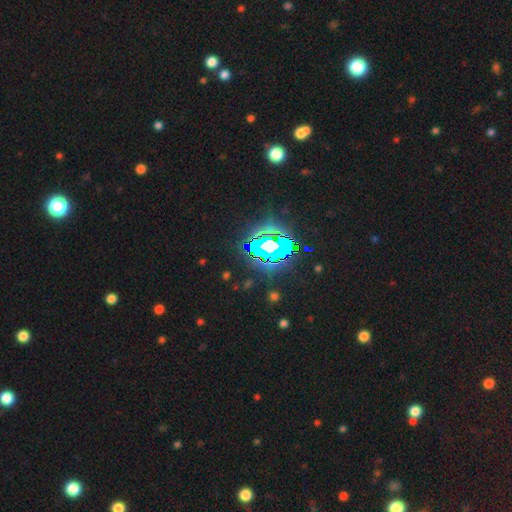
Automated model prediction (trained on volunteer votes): smooth_or_featured: star or artifact (p=0.80) [alt: smooth p=0.11]